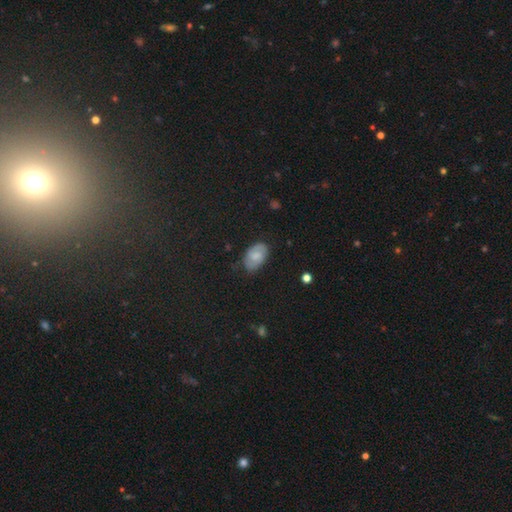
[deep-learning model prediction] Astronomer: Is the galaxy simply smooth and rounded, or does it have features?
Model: smooth — 66%.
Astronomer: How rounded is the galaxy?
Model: in between — 91%.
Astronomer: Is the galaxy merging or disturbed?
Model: none — 75%.